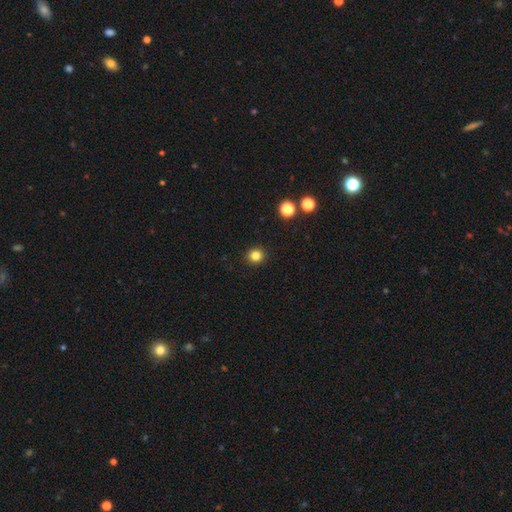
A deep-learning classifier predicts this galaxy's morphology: Q: Smooth or featured?
A: smooth (82%); runner-up: star or artifact (13%)
Q: How rounded?
A: round (92%); runner-up: in between (7%)
Q: Merging?
A: none (93%); runner-up: minor disturbance (4%)